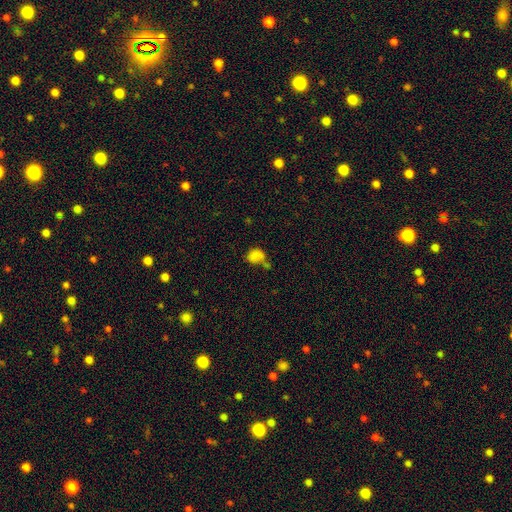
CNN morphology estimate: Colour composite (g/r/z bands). It shows a smooth galaxy with no disk features (79%) that is in between round and cigar-shaped (52%). Merging: none (35%).